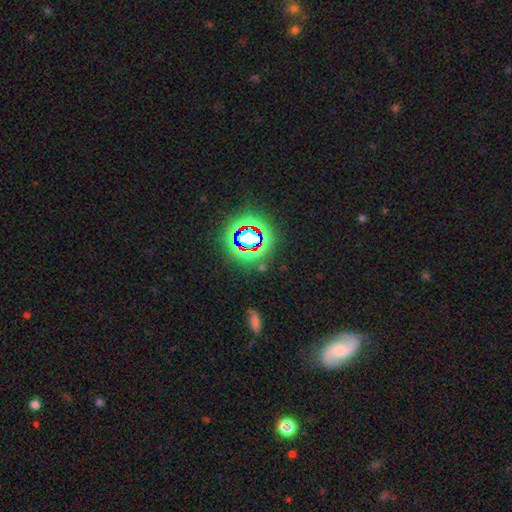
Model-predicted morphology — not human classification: Smooth or featured: star or artifact — 76% (smooth — 14%)